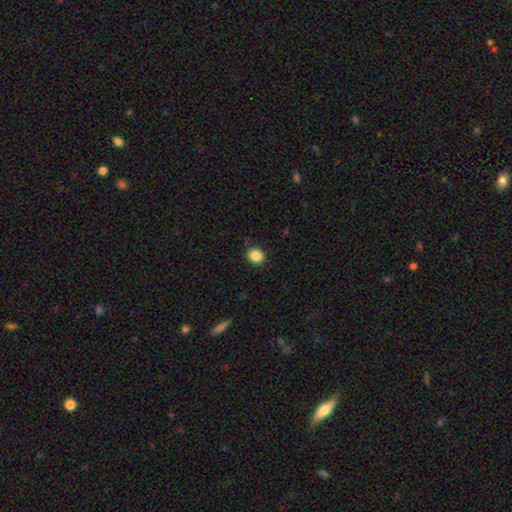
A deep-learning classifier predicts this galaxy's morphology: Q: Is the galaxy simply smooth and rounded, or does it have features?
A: smooth — 87%.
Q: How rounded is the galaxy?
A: round — 72%.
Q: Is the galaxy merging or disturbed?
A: none — 89%.